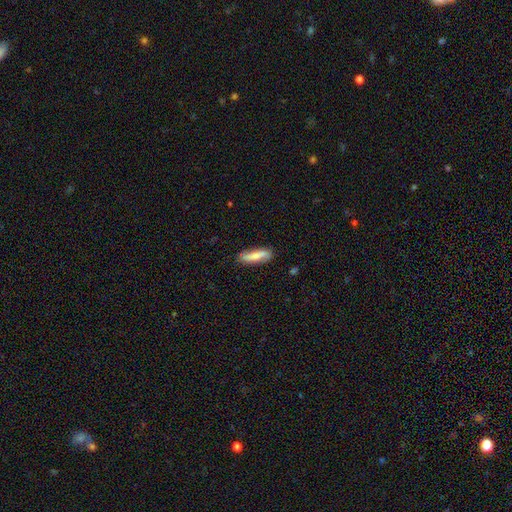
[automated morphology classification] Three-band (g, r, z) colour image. It shows a smooth galaxy with no disk features (70%) that is cigar-shaped (66%). Merging: none (79%).